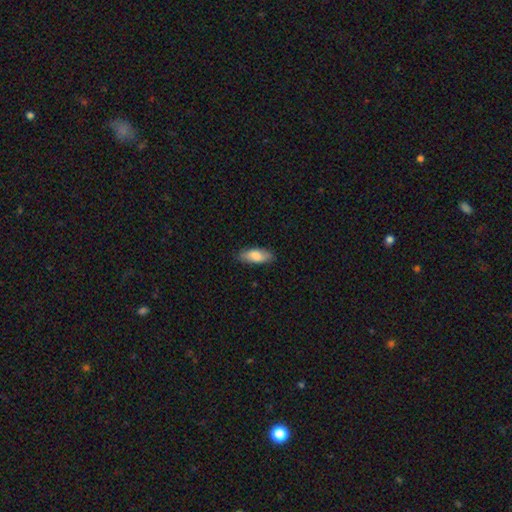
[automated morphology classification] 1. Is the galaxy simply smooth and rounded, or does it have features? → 81% smooth, 13% featured or disk, 6% star or artifact.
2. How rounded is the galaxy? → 75% in between, 23% cigar-shaped, 2% round.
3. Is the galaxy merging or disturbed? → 84% none, 13% minor disturbance, 2% major disturbance, 1% merger.